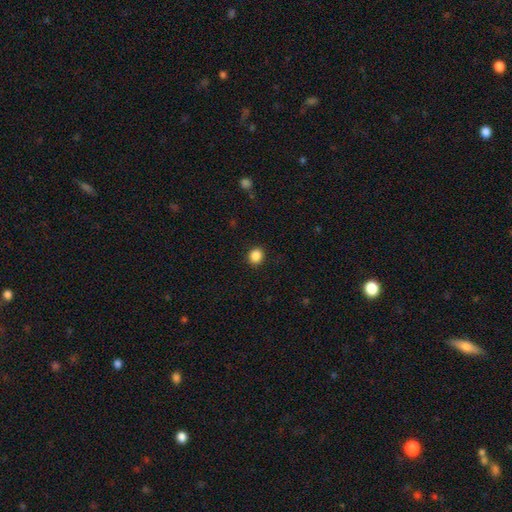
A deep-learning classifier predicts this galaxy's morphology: smooth-or-featured: smooth: 87% | star or artifact: 10% | featured or disk: 3%
  how-rounded: round: 75% | in between: 24% | cigar-shaped: 1%
  merging: none: 91% | minor disturbance: 6% | major disturbance: 2% | merger: 1%